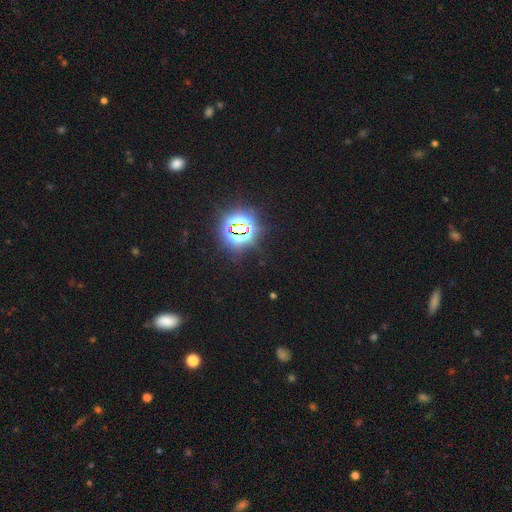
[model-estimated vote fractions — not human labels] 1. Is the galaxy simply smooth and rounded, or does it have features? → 72% star or artifact, 22% smooth, 6% featured or disk.